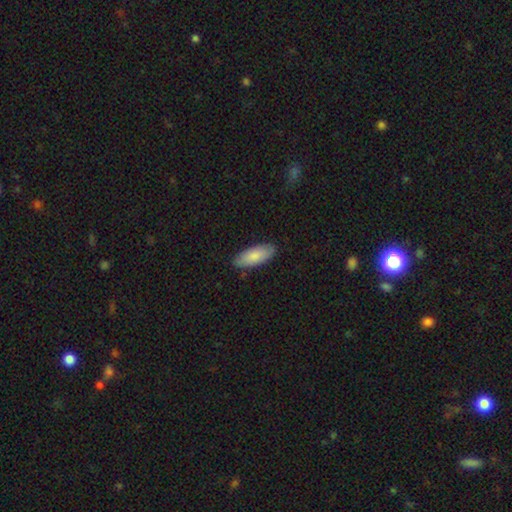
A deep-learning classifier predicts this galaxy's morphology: Smooth or featured? Predicted: smooth (p=0.83). How rounded? Predicted: in between (p=0.81). Merging? Predicted: none (p=0.83).